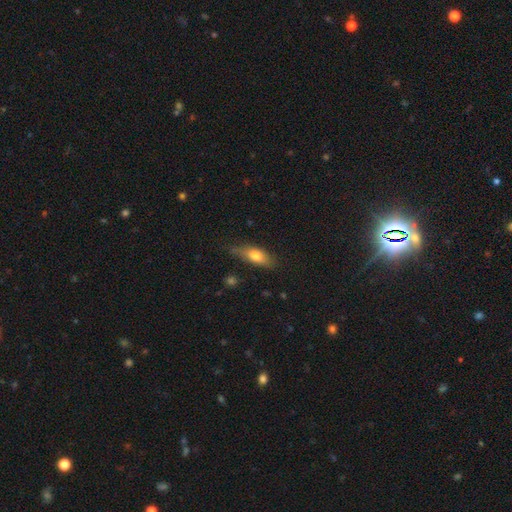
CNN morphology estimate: The model was most divided on "merging": none: 68%, minor disturbance: 24%, major disturbance: 5%, merger: 2%. More confident: smooth or featured — smooth (71%); how rounded — in between (70%).